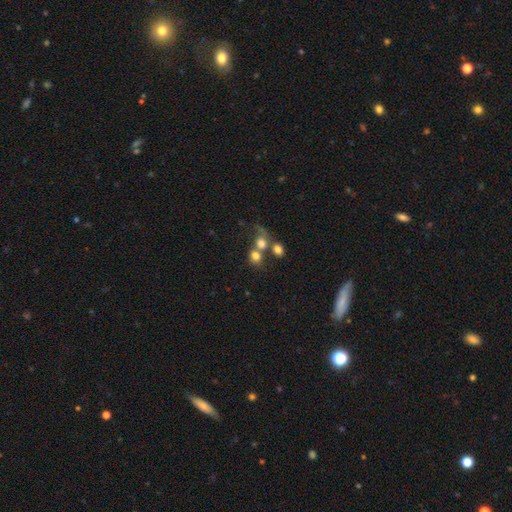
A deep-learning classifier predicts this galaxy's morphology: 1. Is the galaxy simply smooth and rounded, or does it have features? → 74% smooth, 13% star or artifact, 13% featured or disk.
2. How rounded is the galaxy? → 73% round, 26% in between, 1% cigar-shaped.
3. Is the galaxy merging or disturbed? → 52% merger, 34% none, 8% minor disturbance, 7% major disturbance.